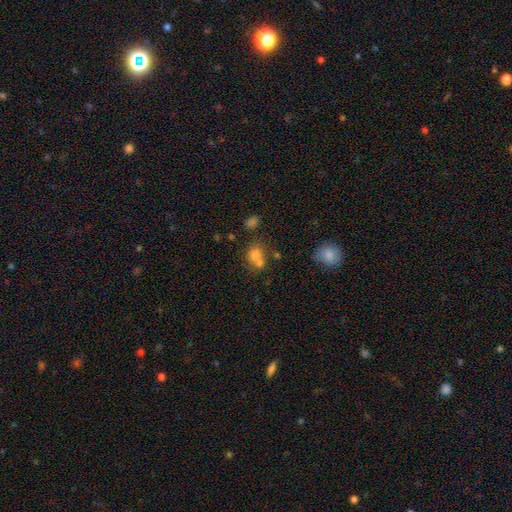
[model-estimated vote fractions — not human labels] This appears to be a smooth galaxy with no disk features (71%) that is round (71%). Merging: merger (46%).